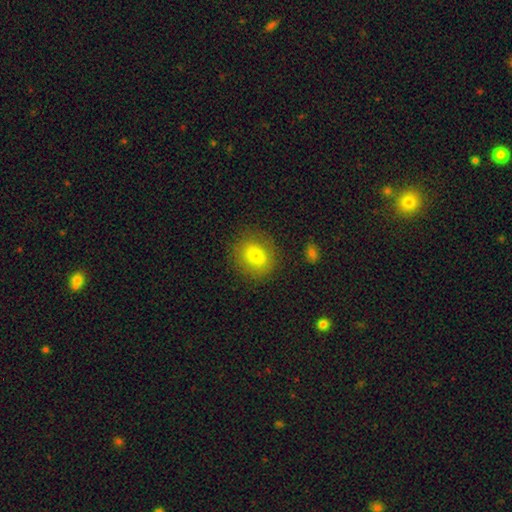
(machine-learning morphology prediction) smooth_or_featured: smooth (p=0.74) [alt: featured or disk p=0.17]
how_rounded: round (p=0.69) [alt: in between p=0.30]
merging: none (p=0.83) [alt: minor disturbance p=0.11]